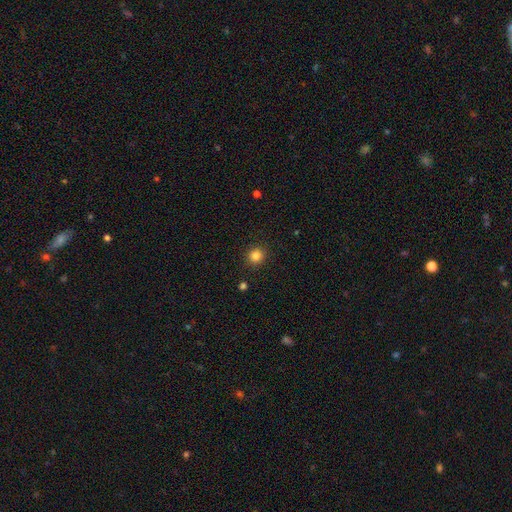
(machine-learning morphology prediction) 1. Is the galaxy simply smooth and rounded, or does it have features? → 84% smooth, 12% star or artifact, 5% featured or disk.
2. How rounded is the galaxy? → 90% round, 9% in between, 1% cigar-shaped.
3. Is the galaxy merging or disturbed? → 91% none, 5% minor disturbance, 2% major disturbance, 1% merger.